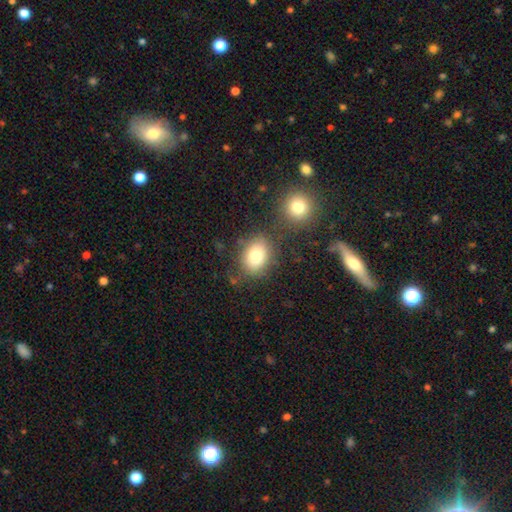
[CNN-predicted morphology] Overall: smooth (80%). How rounded: in between (61%; round 38%). Merging: none (73%).